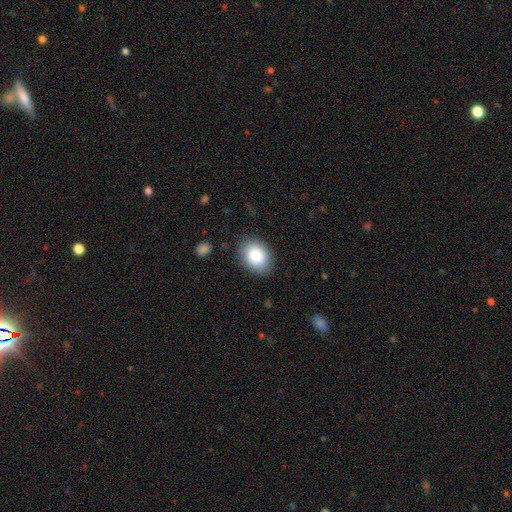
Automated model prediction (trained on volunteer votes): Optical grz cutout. It shows a smooth galaxy with no disk features (87%) that is in between round and cigar-shaped (73%). Merging: none (85%).